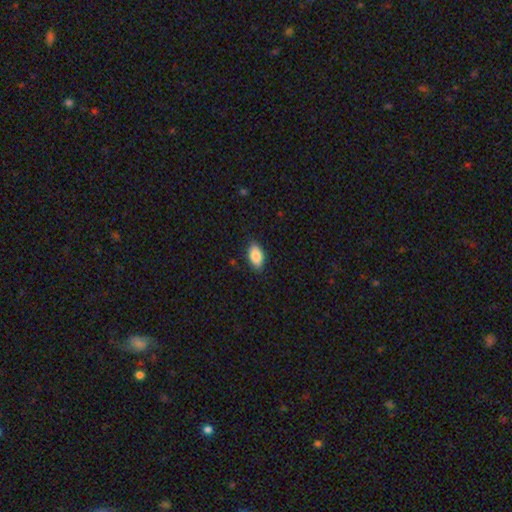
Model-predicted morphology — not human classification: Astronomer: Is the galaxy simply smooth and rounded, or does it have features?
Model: smooth — 85%.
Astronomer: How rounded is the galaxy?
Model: in between — 91%.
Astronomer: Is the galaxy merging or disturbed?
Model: none — 86%.